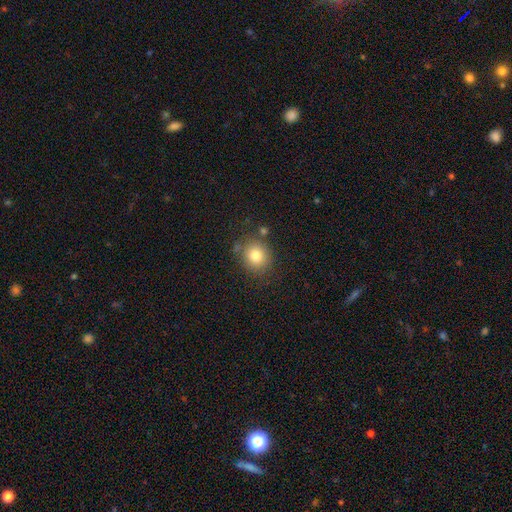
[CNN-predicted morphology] Smooth or featured?
  - smooth: 80% *
  - star or artifact: 11%
  - featured or disk: 9%
How rounded?
  - round: 82% *
  - in between: 17%
  - cigar-shaped: 1%
Merging?
  - none: 77% *
  - minor disturbance: 12%
  - merger: 6%
  - major disturbance: 4%